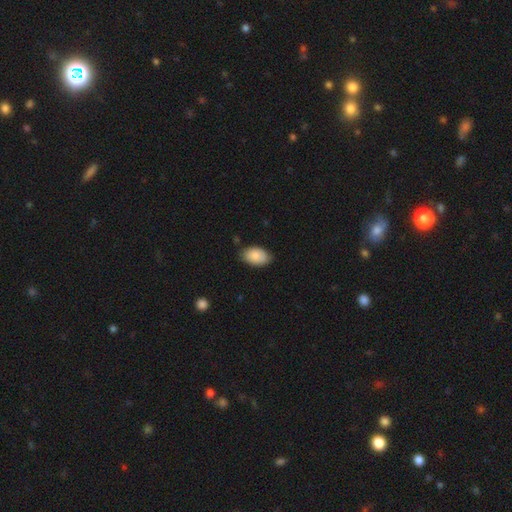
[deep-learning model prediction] Q: Smooth or featured?
A: smooth (86%); runner-up: featured or disk (7%)
Q: How rounded?
A: in between (92%); runner-up: round (7%)
Q: Merging?
A: none (81%); runner-up: minor disturbance (16%)